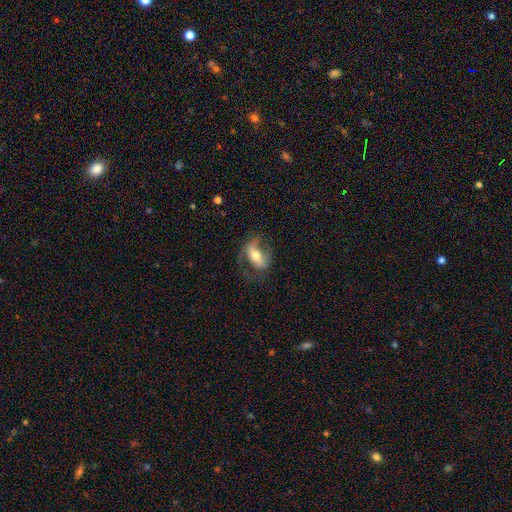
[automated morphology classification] This is possibly a featured or disk galaxy (58%). It is clearly not viewed edge-on (87%). Bar: possibly strong (46%). Spiral arm pattern: likely yes (62%). Central bulge: likely moderate (69%). Merging: possibly none (59%).